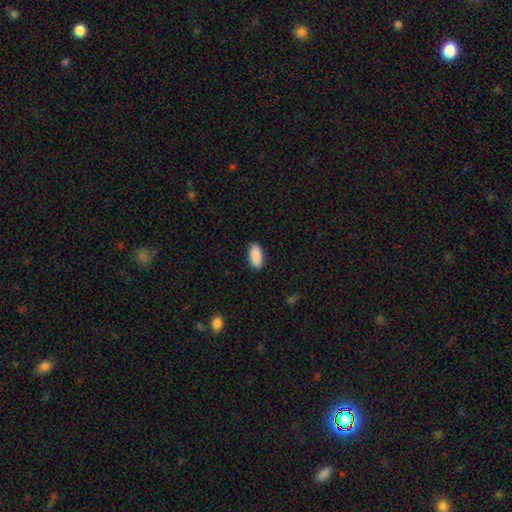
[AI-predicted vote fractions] smooth 91%, star or artifact 6%, featured or disk 3%. Down the decision tree: how rounded — in between (92%); merging — none (89%).